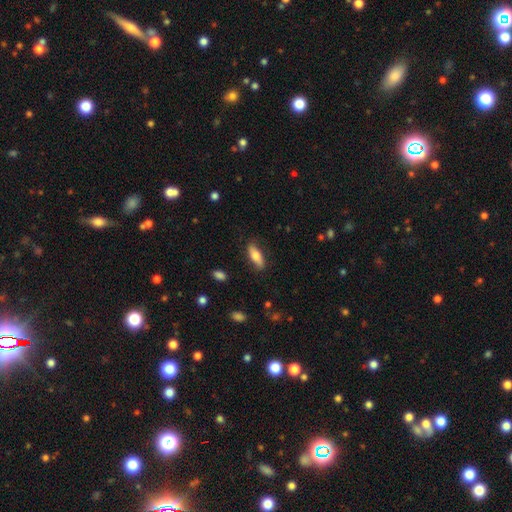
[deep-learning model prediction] A smooth galaxy with no disk features (70%) that is in between round and cigar-shaped (59%).

Vote fractions:
- Smooth or featured? smooth: 70% / featured or disk: 24% / star or artifact: 6%
- How rounded? in between: 59% / cigar-shaped: 38% / round: 3%
- Merging? none: 82% / minor disturbance: 13% / major disturbance: 3% / merger: 1%